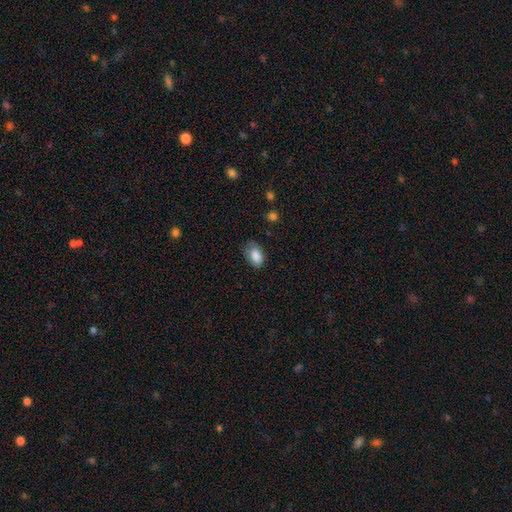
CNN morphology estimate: smooth_or_featured: smooth (p=0.84) [alt: featured or disk p=0.08]
how_rounded: in between (p=0.90) [alt: round p=0.08]
merging: none (p=0.60) [alt: minor disturbance p=0.30]